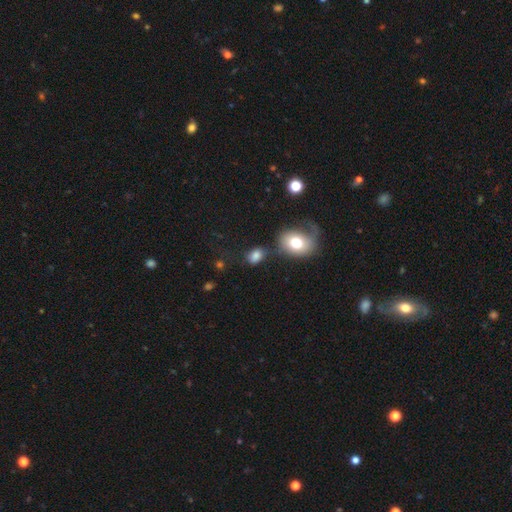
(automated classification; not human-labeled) The model was most divided on "merging": none: 55%, minor disturbance: 18%, merger: 17%, major disturbance: 10%. More confident: smooth or featured — smooth (79%); how rounded — in between (74%).